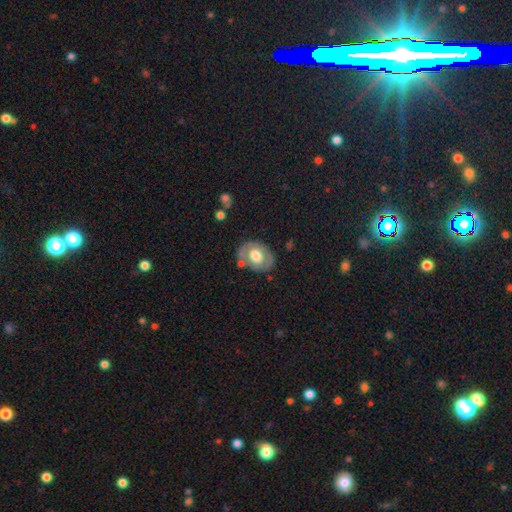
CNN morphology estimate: smooth 47% (tied), featured or disk 47% (tied), star or artifact 6%. Down the decision tree: merging — none (70%).